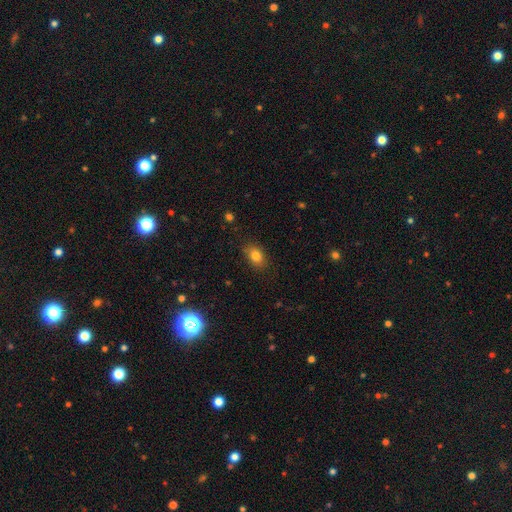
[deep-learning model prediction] The model was most divided on "how rounded": in between: 75%, round: 23%, cigar-shaped: 2%. More confident: merging — none (82%); smooth or featured — smooth (82%).